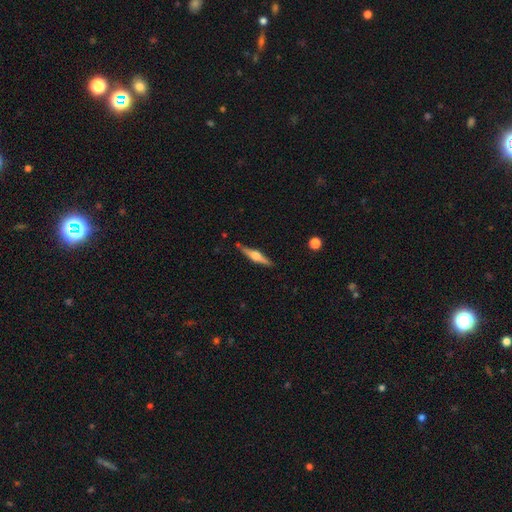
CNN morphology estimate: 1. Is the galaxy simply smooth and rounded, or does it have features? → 74% featured or disk, 20% smooth, 5% star or artifact.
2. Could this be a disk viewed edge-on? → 98% yes, 2% no.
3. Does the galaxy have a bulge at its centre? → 92% rounded, 6% boxy, 2% none.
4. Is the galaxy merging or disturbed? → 87% none, 9% minor disturbance, 2% merger, 2% major disturbance.